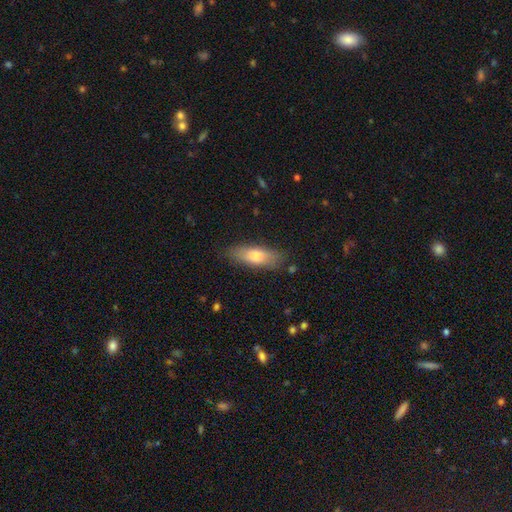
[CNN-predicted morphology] This appears to be a smooth galaxy with no disk features (72%) that is in between round and cigar-shaped (56%). Merging: none (83%).